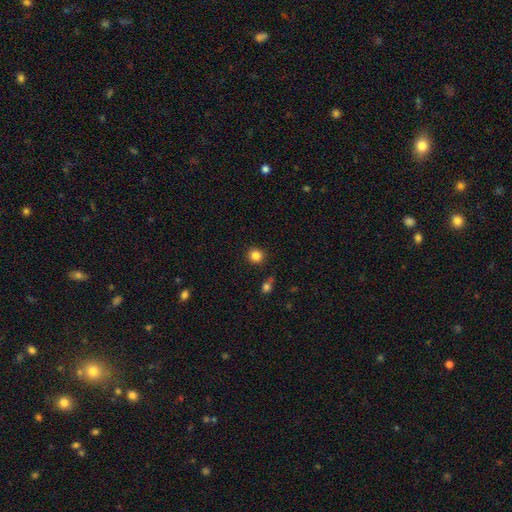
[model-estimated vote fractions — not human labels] This appears to be a smooth galaxy with no disk features (84%) that is round (91%). Merging: none (88%).